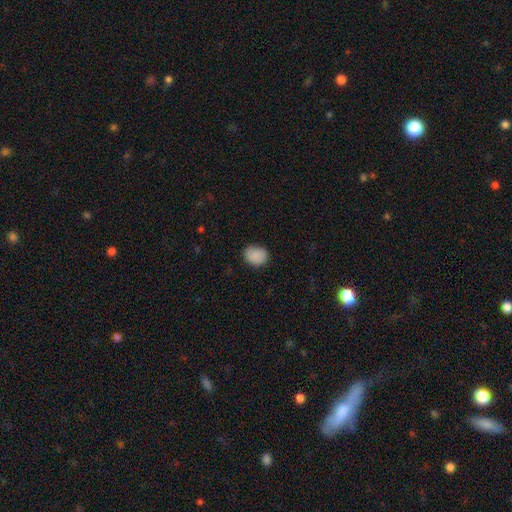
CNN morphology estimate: Q: Smooth or featured?
A: smooth (86%); runner-up: star or artifact (7%)
Q: How rounded?
A: round (51%); runner-up: in between (48%)
Q: Merging?
A: none (80%); runner-up: minor disturbance (16%)